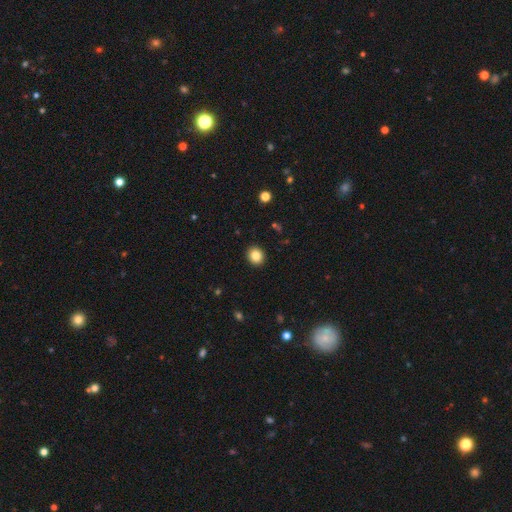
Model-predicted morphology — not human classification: A smooth galaxy with no disk features (84%) that is round (73%). Merging: none (92%).